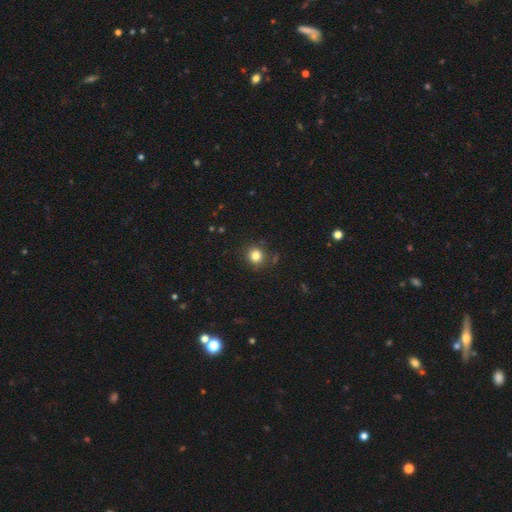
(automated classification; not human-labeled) Overall: smooth (82%). How rounded: round (86%). Merging: none (84%).